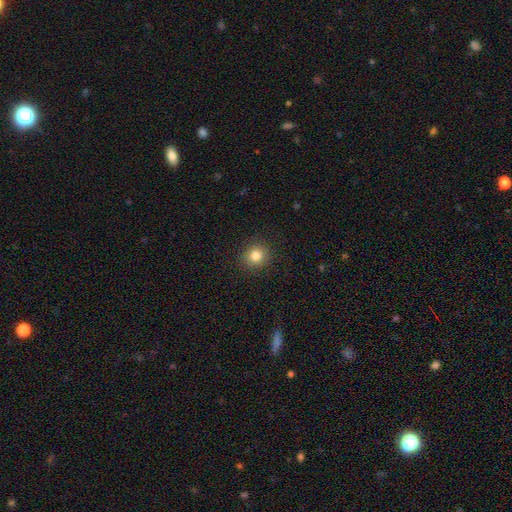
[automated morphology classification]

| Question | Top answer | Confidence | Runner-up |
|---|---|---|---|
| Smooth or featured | smooth | 82% | star or artifact (12%) |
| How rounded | round | 88% | in between (11%) |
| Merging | none | 91% | minor disturbance (6%) |